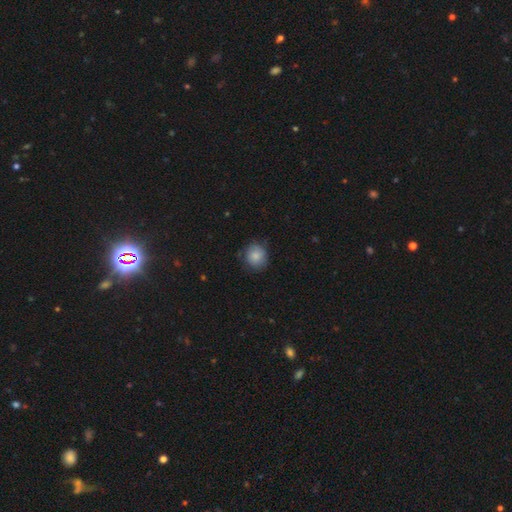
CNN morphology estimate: smooth 84%, featured or disk 8%, star or artifact 8%. Down the decision tree: how rounded — round (84%); merging — none (77%).